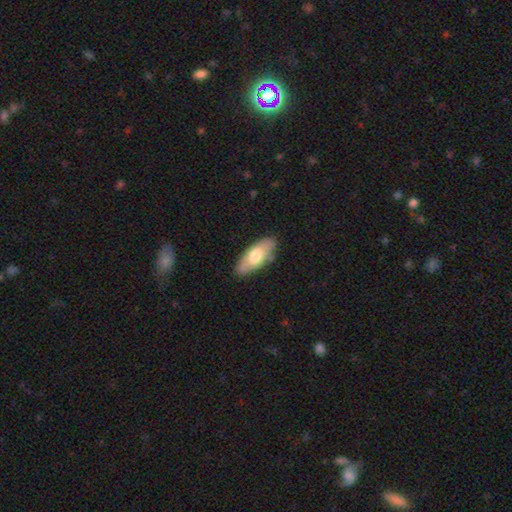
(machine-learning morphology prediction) Q: Smooth or featured?
A: smooth (66%); runner-up: featured or disk (29%)
Q: How rounded?
A: in between (82%); runner-up: cigar-shaped (16%)
Q: Merging?
A: none (82%); runner-up: minor disturbance (14%)